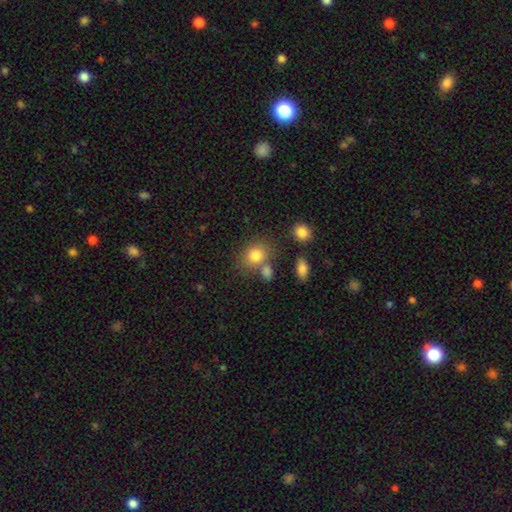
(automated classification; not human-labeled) Smooth or featured? Predicted: smooth (p=0.80). How rounded? Predicted: round (p=0.56). Merging? Predicted: none (p=0.61).